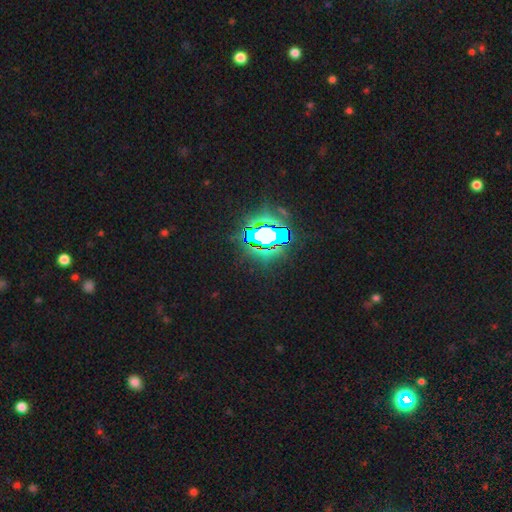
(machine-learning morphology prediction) A star or artifact, not a galaxy (83%).